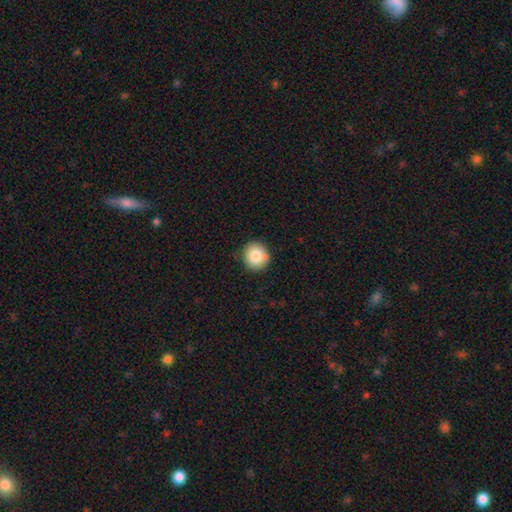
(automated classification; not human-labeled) Q: Smooth or featured?
A: smooth (83%); runner-up: star or artifact (9%)
Q: How rounded?
A: round (93%); runner-up: in between (6%)
Q: Merging?
A: none (85%); runner-up: minor disturbance (11%)